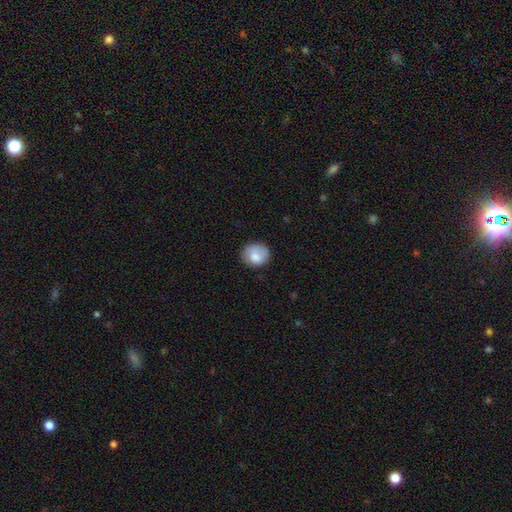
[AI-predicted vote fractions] The model was most divided on "how rounded": round: 67%, in between: 32%, cigar-shaped: 1%. More confident: smooth or featured — smooth (79%); merging — none (69%).